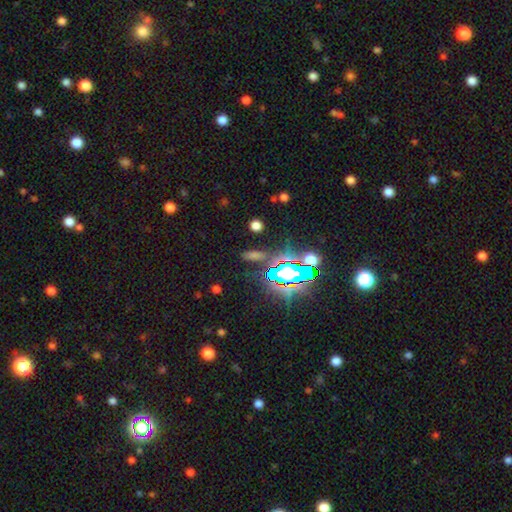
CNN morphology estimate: Smooth or featured? Predicted: star or artifact (p=0.51).